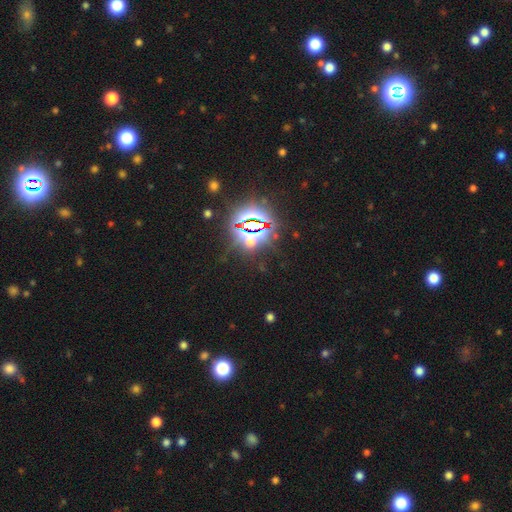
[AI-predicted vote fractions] smooth_or_featured: star or artifact (p=0.83) [alt: smooth p=0.10]